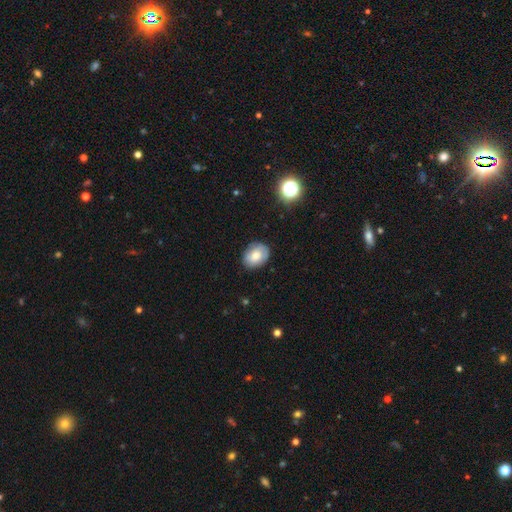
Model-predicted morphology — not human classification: smooth_or_featured: smooth (p=0.66) [alt: featured or disk p=0.26]
how_rounded: in between (p=0.66) [alt: round p=0.33]
merging: none (p=0.78) [alt: minor disturbance p=0.17]